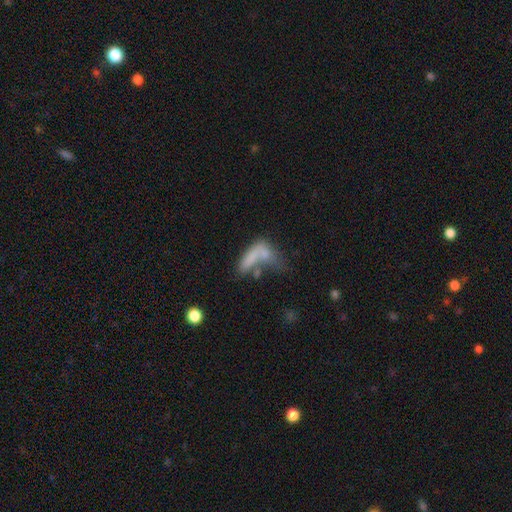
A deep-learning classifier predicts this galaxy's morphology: This appears to be a smooth galaxy with no disk features (64%) that is in between round and cigar-shaped (58%). Merging: merger (37%).